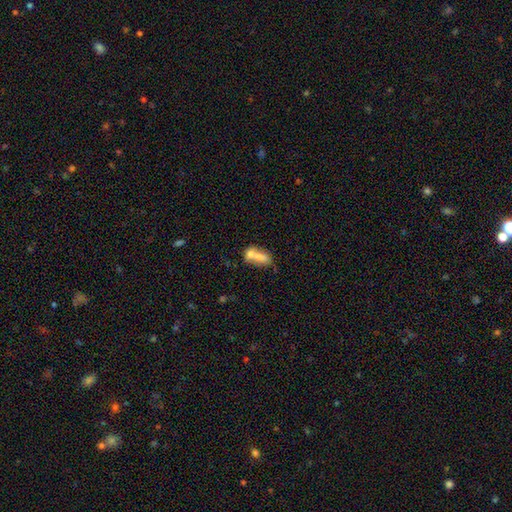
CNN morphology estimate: smooth_or_featured: smooth (p=0.69) [alt: featured or disk p=0.21]
how_rounded: in between (p=0.72) [alt: cigar-shaped p=0.20]
merging: merger (p=0.52) [alt: none p=0.27]